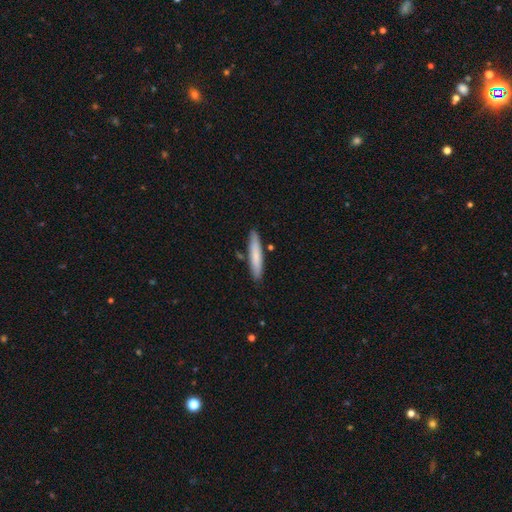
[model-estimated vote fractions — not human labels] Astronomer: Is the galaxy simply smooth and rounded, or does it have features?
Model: smooth — 76%.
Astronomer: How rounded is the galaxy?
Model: cigar-shaped — 90%.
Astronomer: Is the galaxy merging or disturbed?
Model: none — 86%.